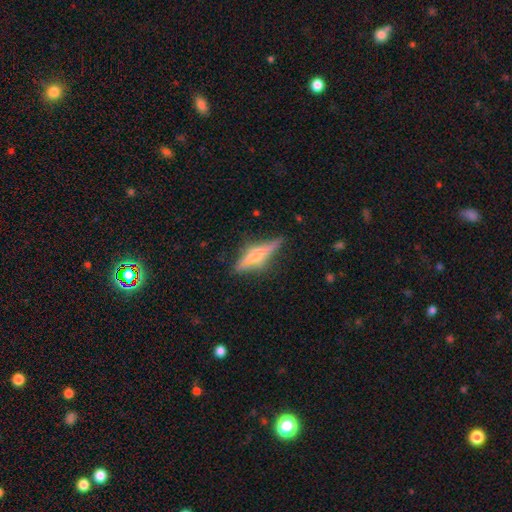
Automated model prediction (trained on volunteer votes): smooth-or-featured: featured or disk: 66% | smooth: 26% | star or artifact: 8%
  disk-edge-on: yes: 92% | no: 8%
    edge-on-bulge: rounded: 90% | boxy: 6% | none: 4%
  merging: none: 75% | minor disturbance: 18% | major disturbance: 5% | merger: 2%